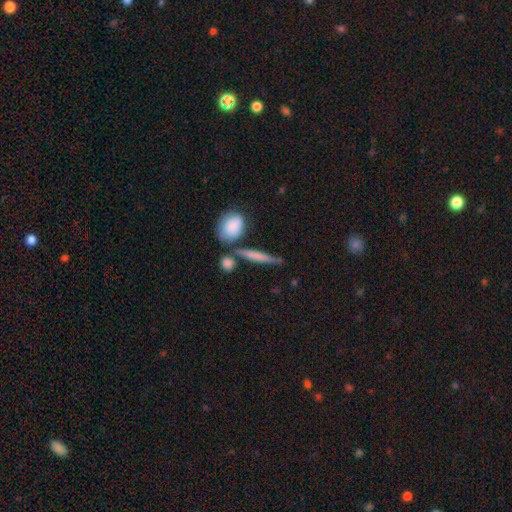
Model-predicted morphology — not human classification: Smooth or featured? smooth (59%)
How rounded? cigar-shaped (77%)
Merging? none (69%)